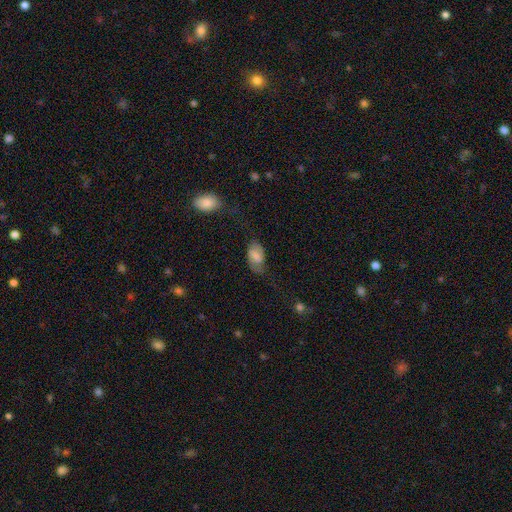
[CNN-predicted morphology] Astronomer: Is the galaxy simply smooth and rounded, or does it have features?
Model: smooth — 63%.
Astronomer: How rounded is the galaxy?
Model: in between — 92%.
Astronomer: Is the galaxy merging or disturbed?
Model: none — 49% (runner-up: minor disturbance, 27%).